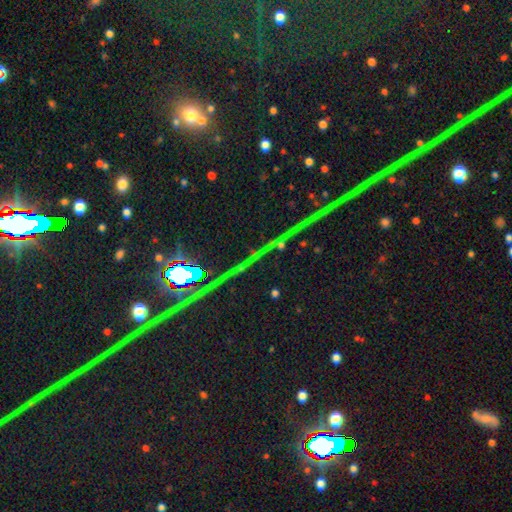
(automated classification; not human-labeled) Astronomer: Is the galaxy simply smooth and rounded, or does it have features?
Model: star or artifact — 82%.